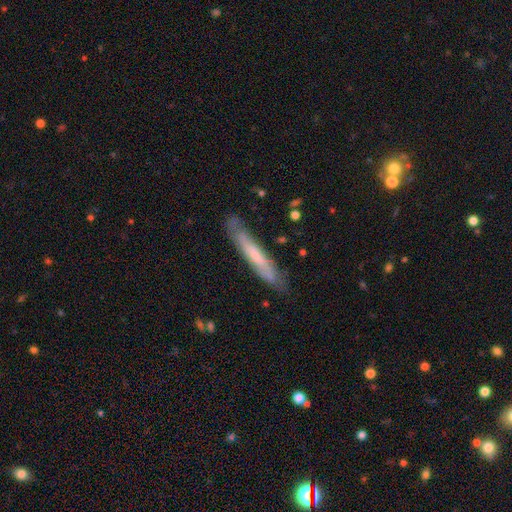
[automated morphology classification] Smooth or featured? featured or disk (48%)
Merging? none (78%)